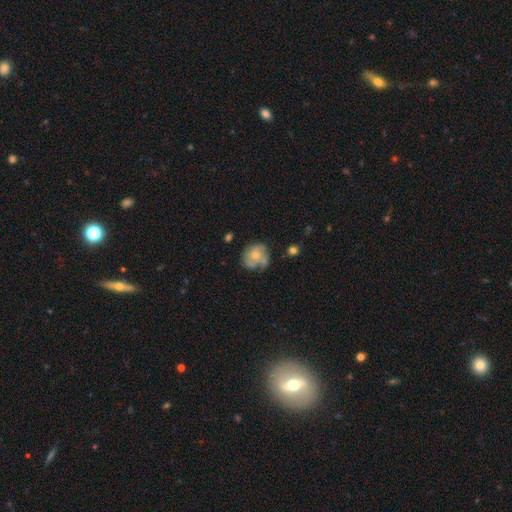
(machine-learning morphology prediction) Smooth or featured? featured or disk (46%)
Merging? none (54%)